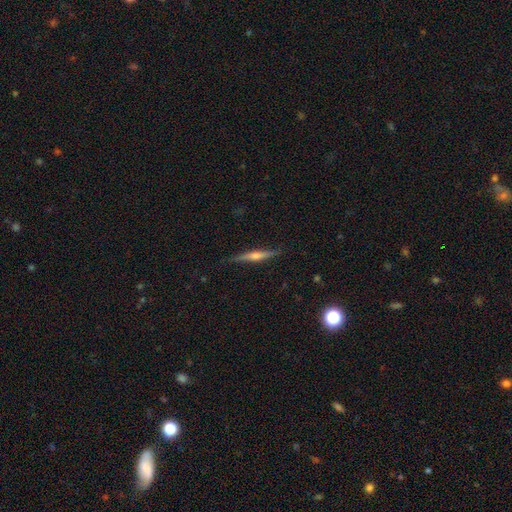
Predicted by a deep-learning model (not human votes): featured or disk 67%, smooth 27%, star or artifact 6%. Down the decision tree: edge-on disk — yes (97%); edge-on bulge — rounded (82%); merging — none (85%).